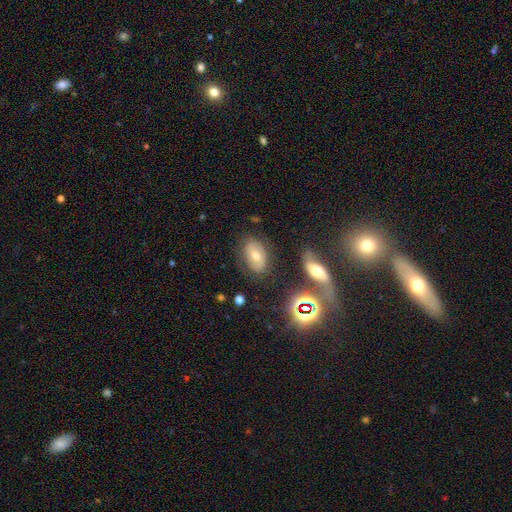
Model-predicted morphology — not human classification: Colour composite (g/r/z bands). It shows a smooth galaxy with no disk features (56%) that is in between round and cigar-shaped (87%). Merging: none (76%).